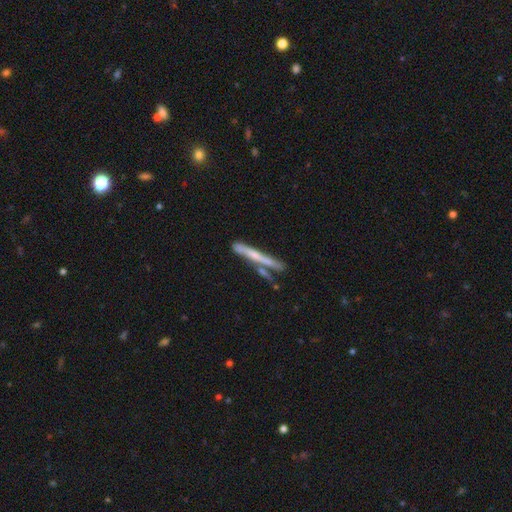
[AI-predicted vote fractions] A featured or disk galaxy (55%) viewed edge-on (92%) with no central bulge (55%). Merging: none (64%).